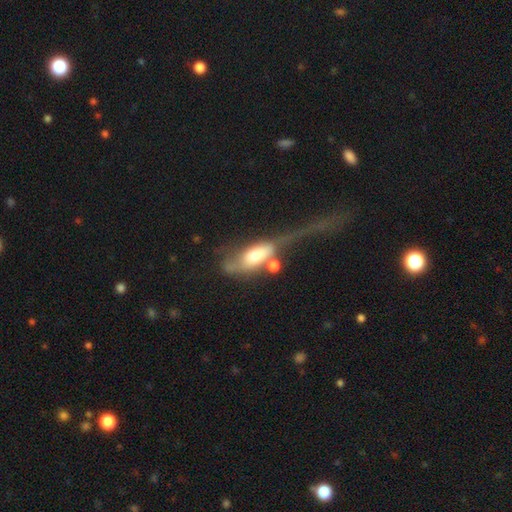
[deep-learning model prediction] Smooth or featured: smooth — 53% (featured or disk — 38%)
How rounded: in between — 78% (cigar-shaped — 18%)
Merging: major disturbance — 42% (merger — 31%)